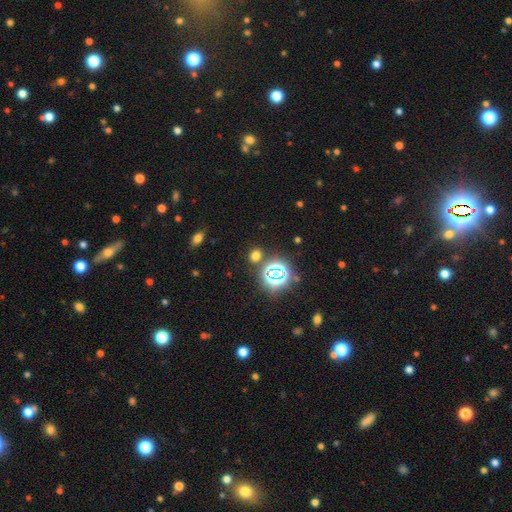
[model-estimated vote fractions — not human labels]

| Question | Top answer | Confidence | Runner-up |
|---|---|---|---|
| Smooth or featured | smooth | 57% | star or artifact (36%) |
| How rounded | round | 61% | in between (37%) |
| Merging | none | 81% | minor disturbance (9%) |